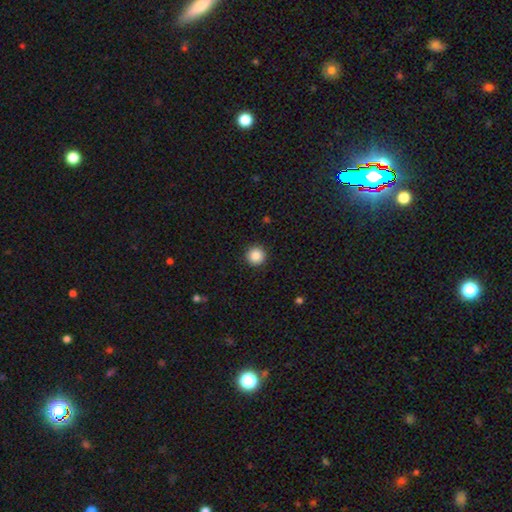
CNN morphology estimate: type=smooth (87%); roundness=round (96%); merging=none (93%).